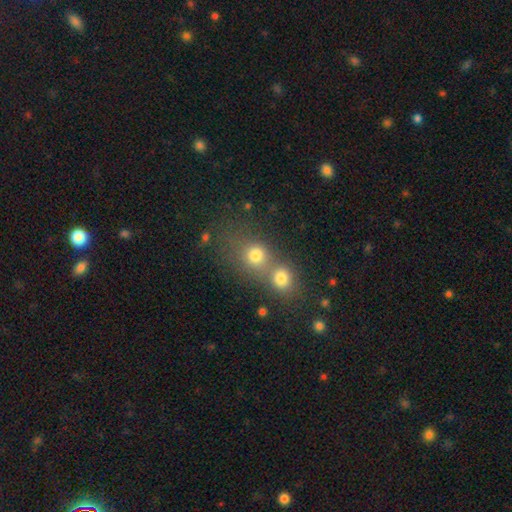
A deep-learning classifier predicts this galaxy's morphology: Smooth or featured? smooth (74%)
How rounded? round (72%)
Merging? merger (54%)